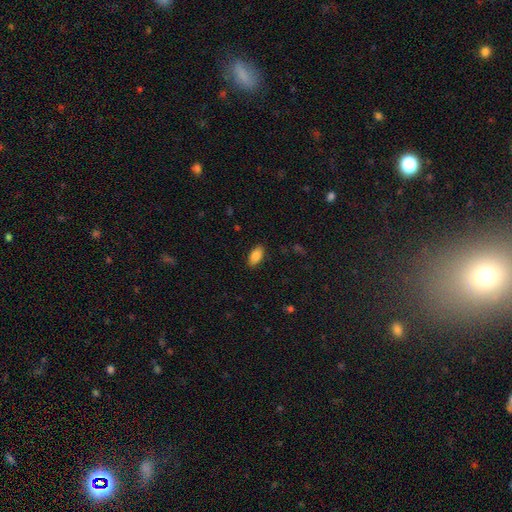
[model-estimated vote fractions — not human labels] smooth_or_featured: smooth (p=0.87) [alt: star or artifact p=0.07]
how_rounded: in between (p=0.92) [alt: cigar-shaped p=0.05]
merging: none (p=0.87) [alt: minor disturbance p=0.09]